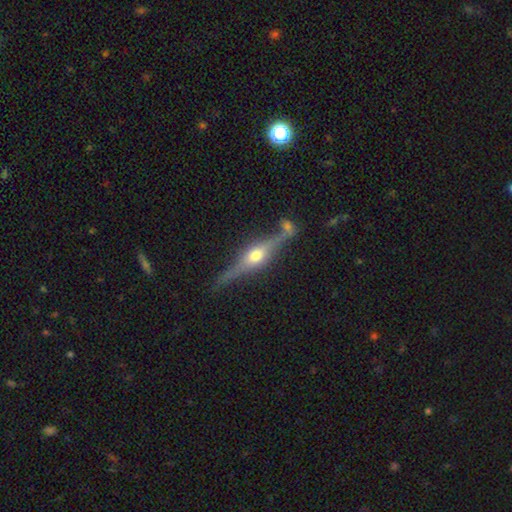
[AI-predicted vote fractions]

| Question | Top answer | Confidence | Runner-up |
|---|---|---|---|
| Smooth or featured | featured or disk | 80% | smooth (14%) |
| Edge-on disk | yes | 95% | no (5%) |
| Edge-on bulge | rounded | 92% | boxy (5%) |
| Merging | none | 72% | minor disturbance (14%) |